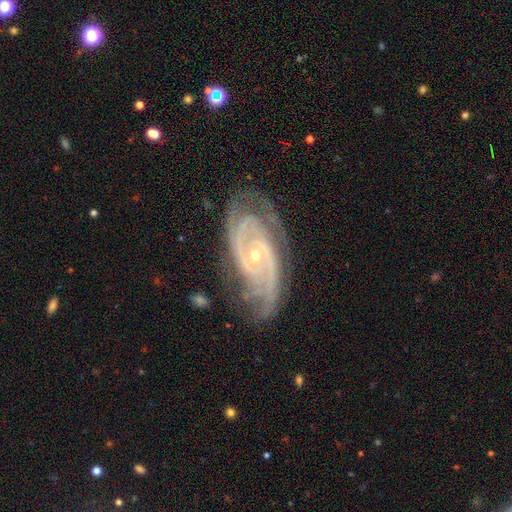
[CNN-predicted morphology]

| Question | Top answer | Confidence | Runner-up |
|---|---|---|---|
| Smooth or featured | featured or disk | 91% | star or artifact (5%) |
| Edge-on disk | no | 95% | yes (5%) |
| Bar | no | 59% | weak (28%) |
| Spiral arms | yes | 98% | no (2%) |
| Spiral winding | tight | 60% | medium (35%) |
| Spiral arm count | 2 | 46% | 3 (22%) |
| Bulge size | small | 69% | moderate (28%) |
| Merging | none | 72% | minor disturbance (19%) |